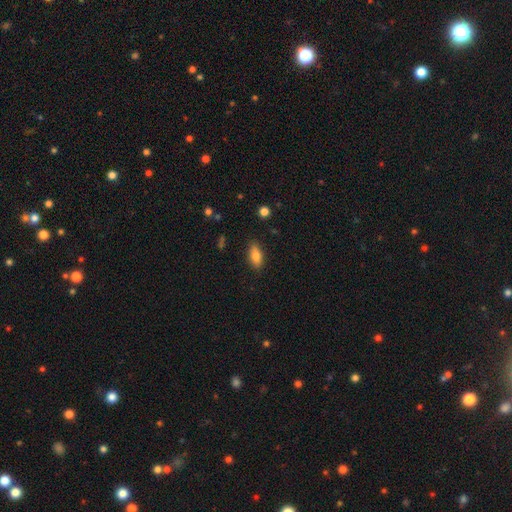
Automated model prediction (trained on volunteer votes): smooth_or_featured: smooth (p=0.83) [alt: featured or disk p=0.10]
how_rounded: in between (p=0.85) [alt: cigar-shaped p=0.12]
merging: none (p=0.86) [alt: minor disturbance p=0.10]